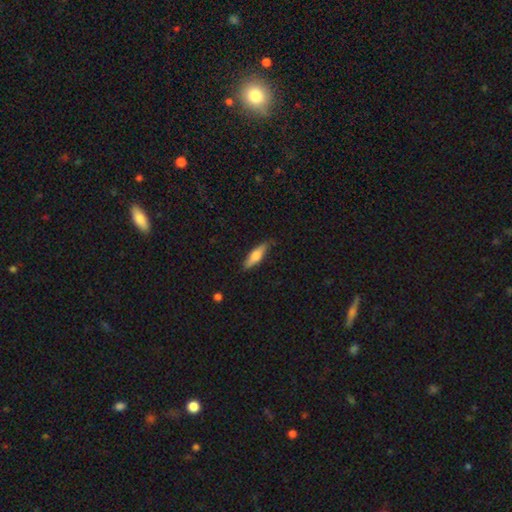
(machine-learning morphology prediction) smooth-or-featured: smooth: 62% | featured or disk: 32% | star or artifact: 6%
  how-rounded: cigar-shaped: 66% | in between: 32% | round: 2%
  merging: none: 84% | minor disturbance: 13% | major disturbance: 2% | merger: 1%